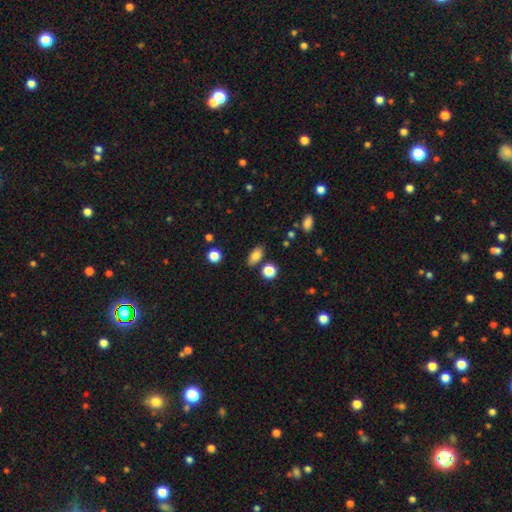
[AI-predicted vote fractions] A smooth galaxy with no disk features (82%) that is in between round and cigar-shaped (85%).

Vote fractions:
- Smooth or featured? smooth: 82% / star or artifact: 10% / featured or disk: 8%
- How rounded? in between: 85% / round: 9% / cigar-shaped: 5%
- Merging? none: 81% / minor disturbance: 11% / merger: 5% / major disturbance: 3%